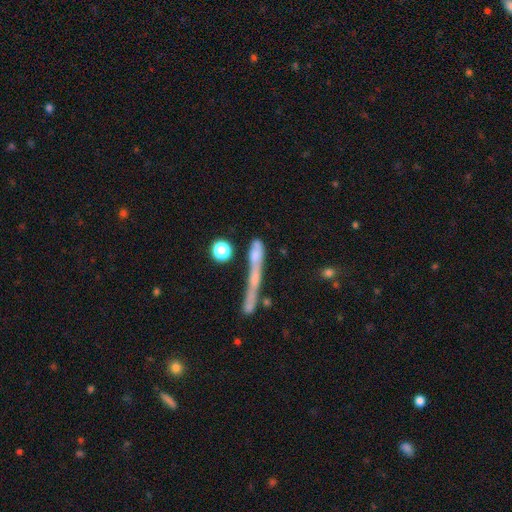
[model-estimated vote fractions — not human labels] This is possibly a smooth galaxy (54%). How rounded: likely cigar-shaped (64%). Merging: marginally none (38%).